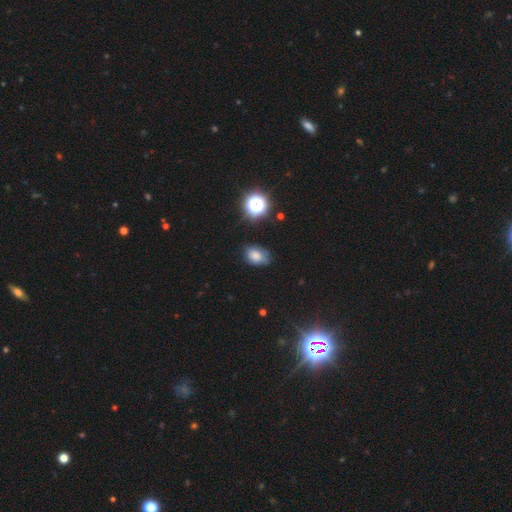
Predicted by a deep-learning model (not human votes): A smooth galaxy with no disk features (76%) that is in between round and cigar-shaped (72%). Merging: none (63%).